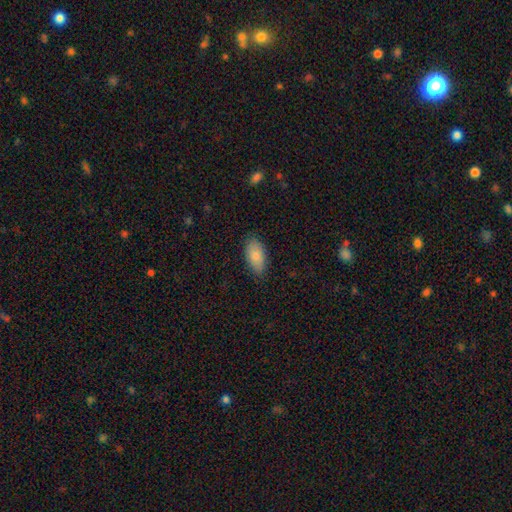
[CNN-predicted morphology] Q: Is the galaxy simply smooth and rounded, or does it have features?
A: smooth — 81%.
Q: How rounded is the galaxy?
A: in between — 93%.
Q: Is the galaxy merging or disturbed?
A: none — 84%.